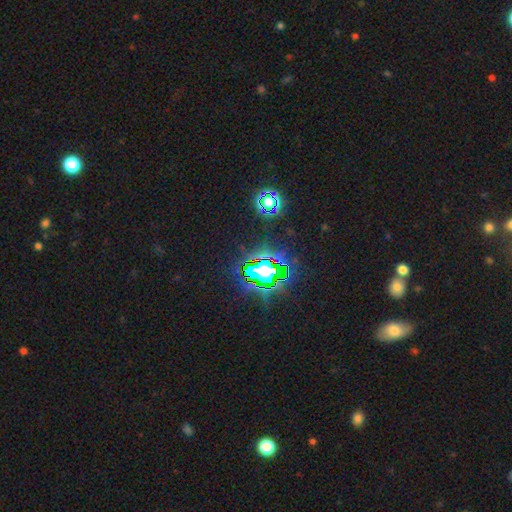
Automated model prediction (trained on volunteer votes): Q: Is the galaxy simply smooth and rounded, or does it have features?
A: star or artifact — 83%.